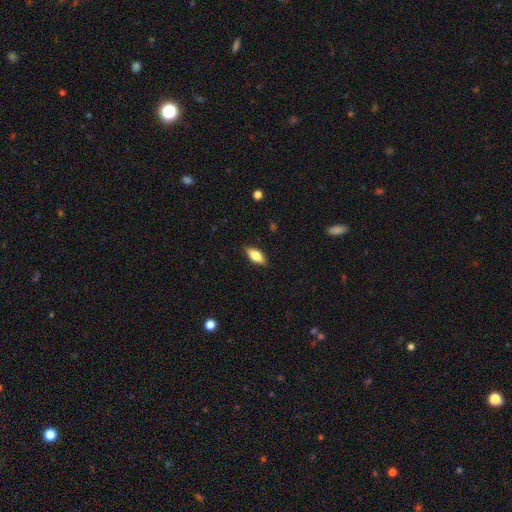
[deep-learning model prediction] This is likely a smooth galaxy (71%). How rounded: clearly in between (83%). Merging: clearly none (85%).